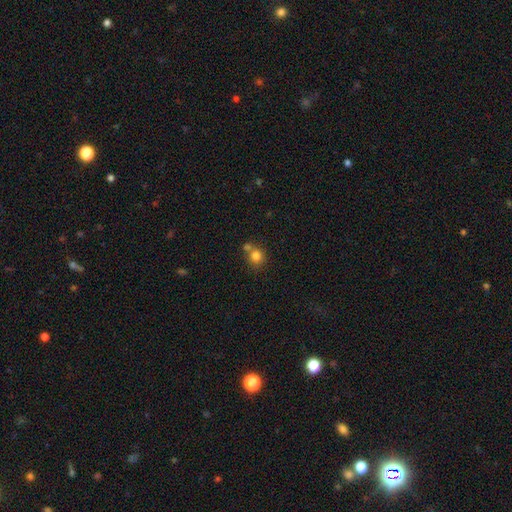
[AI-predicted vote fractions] smooth 80%, star or artifact 12%, featured or disk 8%. Down the decision tree: how rounded — round (85%); merging — none (56%).